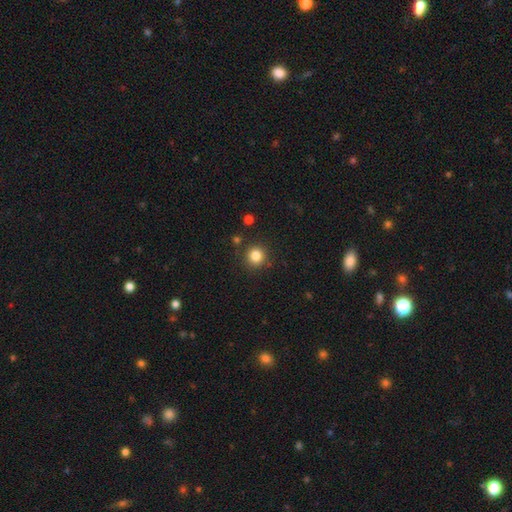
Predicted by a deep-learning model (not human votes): Smooth or featured: smooth — 84% (star or artifact — 11%)
How rounded: round — 93% (in between — 6%)
Merging: none — 87% (minor disturbance — 7%)